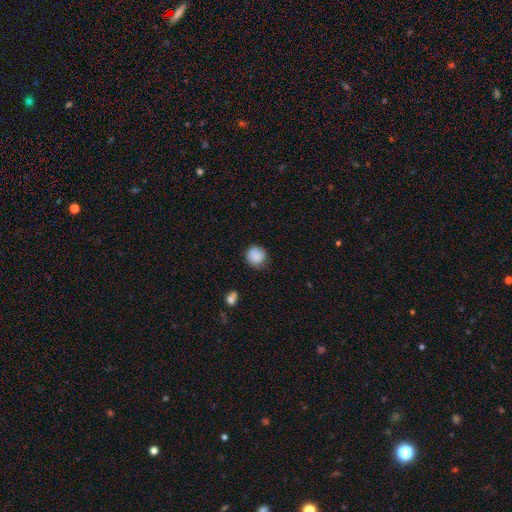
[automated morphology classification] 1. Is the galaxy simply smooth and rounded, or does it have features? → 83% smooth, 9% featured or disk, 8% star or artifact.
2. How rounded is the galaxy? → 89% round, 10% in between, 1% cigar-shaped.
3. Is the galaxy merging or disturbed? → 74% none, 20% minor disturbance, 4% major disturbance, 2% merger.